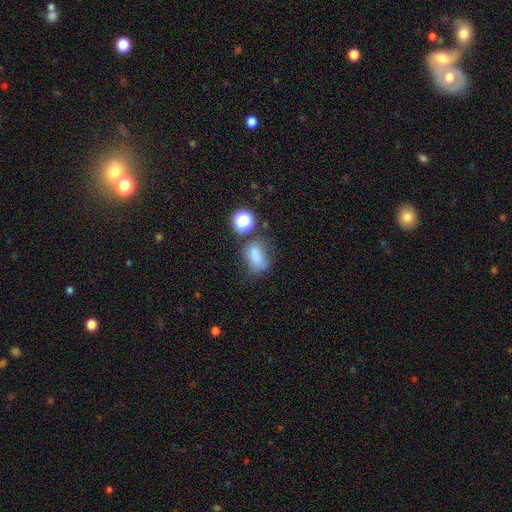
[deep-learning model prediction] smooth 73%, star or artifact 15%, featured or disk 12%. Down the decision tree: how rounded — in between (72%); merging — none (45%).